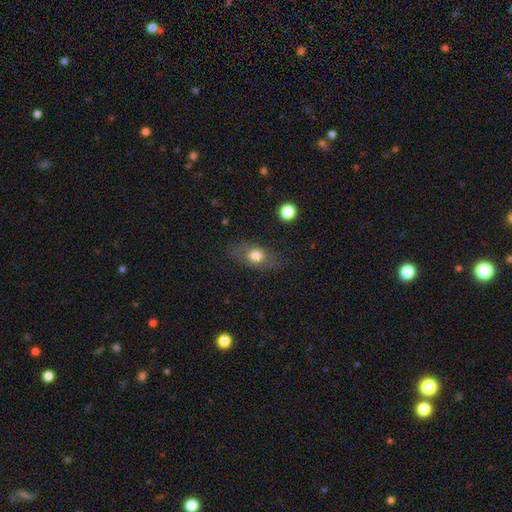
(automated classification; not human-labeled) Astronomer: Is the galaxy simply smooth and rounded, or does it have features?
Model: smooth — 67%.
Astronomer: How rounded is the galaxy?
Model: in between — 72%.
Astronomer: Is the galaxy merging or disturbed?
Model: none — 74%.